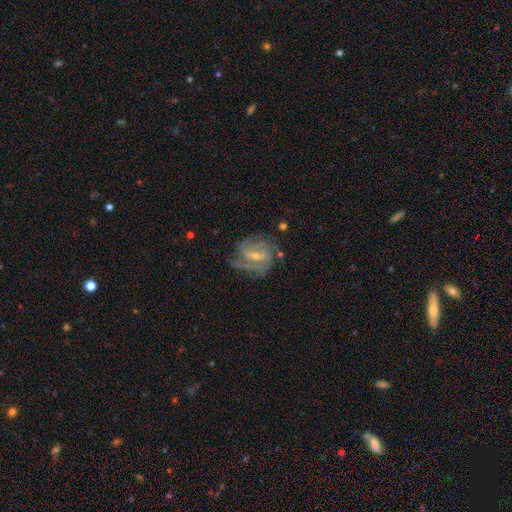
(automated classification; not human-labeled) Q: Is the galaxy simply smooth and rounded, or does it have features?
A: featured or disk — 82%.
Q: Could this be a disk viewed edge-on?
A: no — 97%.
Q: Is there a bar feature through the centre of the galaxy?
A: weak — 52%.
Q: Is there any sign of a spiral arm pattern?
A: yes — 93%.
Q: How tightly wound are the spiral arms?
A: medium — 43%.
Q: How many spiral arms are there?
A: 3 — 29%.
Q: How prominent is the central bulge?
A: small — 62%.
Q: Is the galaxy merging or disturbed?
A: none — 61%.